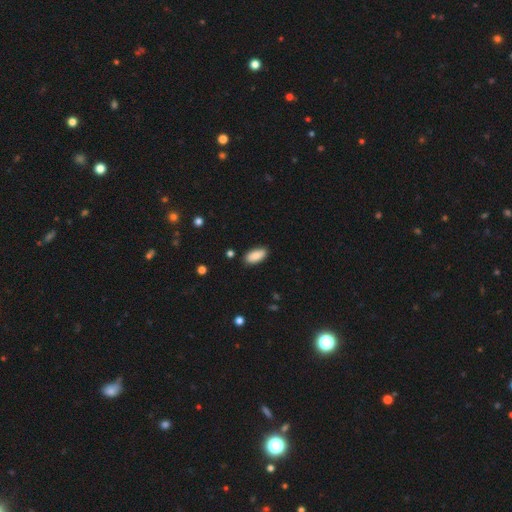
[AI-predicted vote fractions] This is clearly a smooth galaxy (87%). How rounded: clearly in between (90%). Merging: clearly none (85%).